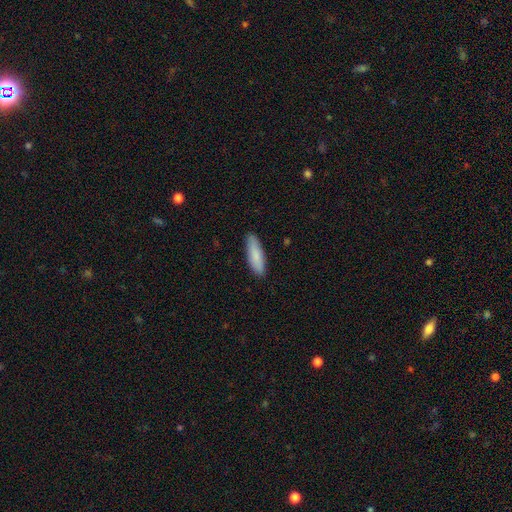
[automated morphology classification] This is clearly a smooth galaxy (85%). How rounded: possibly cigar-shaped (59%). Merging: clearly none (88%).